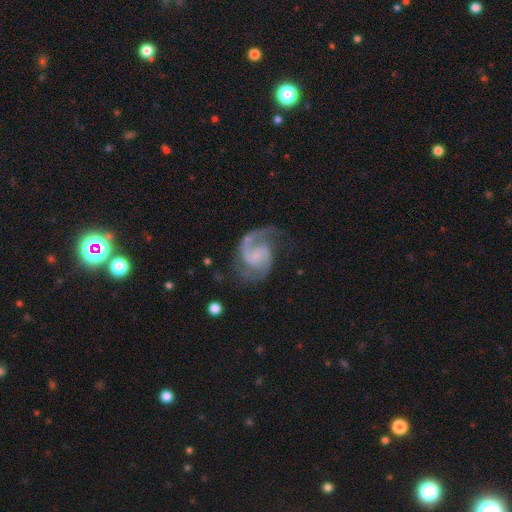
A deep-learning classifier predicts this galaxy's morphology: Smooth or featured?
  - featured or disk: 89% *
  - smooth: 6%
  - star or artifact: 5%
Edge-on disk?
  - no: 98% *
  - yes: 2%
Bar?
  - no: 46% *
  - weak: 45%
  - strong: 9%
Spiral arms?
  - yes: 97% *
  - no: 3%
Spiral winding?
  - medium: 55% *
  - loose: 27%
  - tight: 18%
Spiral arm count?
  - 2: 80% *
  - 1: 14%
  - can't tell: 2%
  - 3: 2%
  - 4: 1%
  - more than 4: 1%
Bulge size?
  - small: 43% *
  - none: 38%
  - moderate: 15%
  - large: 3%
  - dominant: 1%
Merging?
  - none: 60% *
  - minor disturbance: 20%
  - major disturbance: 17%
  - merger: 2%